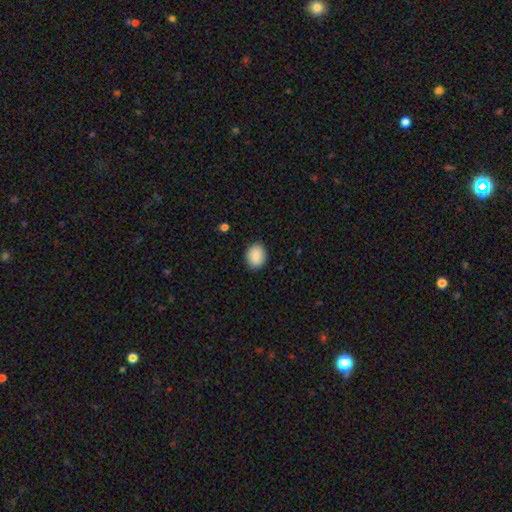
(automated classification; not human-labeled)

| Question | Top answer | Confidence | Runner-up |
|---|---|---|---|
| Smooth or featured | smooth | 89% | star or artifact (7%) |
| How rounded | in between | 57% | round (42%) |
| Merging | none | 88% | minor disturbance (9%) |